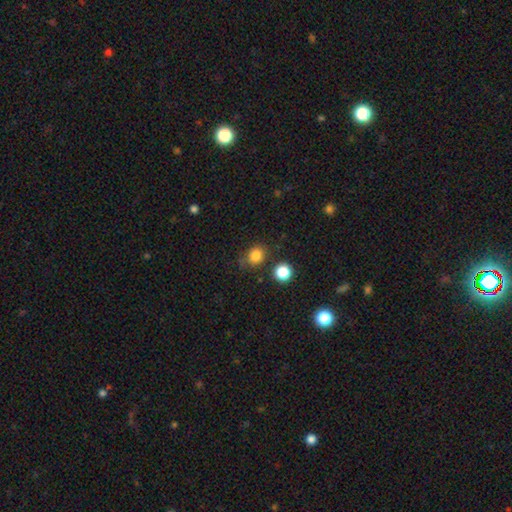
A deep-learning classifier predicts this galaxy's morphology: Q: Smooth or featured?
A: smooth (83%); runner-up: star or artifact (12%)
Q: How rounded?
A: round (67%); runner-up: in between (32%)
Q: Merging?
A: none (73%); runner-up: minor disturbance (17%)